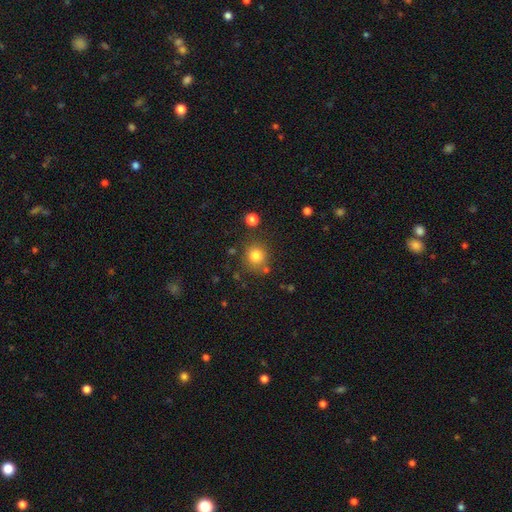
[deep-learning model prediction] Smooth or featured? Predicted: smooth (p=0.80). How rounded? Predicted: round (p=0.91). Merging? Predicted: none (p=0.80).